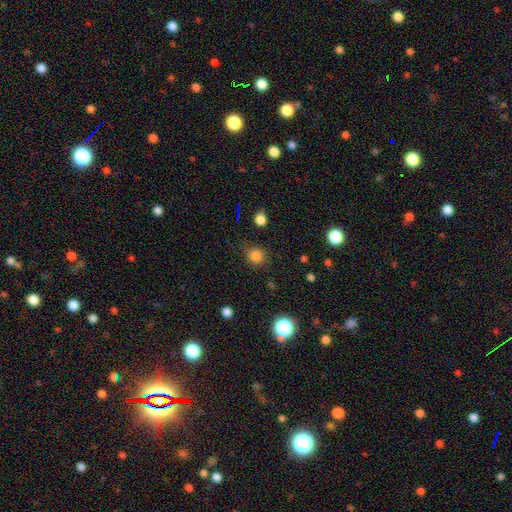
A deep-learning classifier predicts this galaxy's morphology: A smooth galaxy with no disk features (82%) that is round (85%).

Vote fractions:
- Smooth or featured? smooth: 82% / star or artifact: 14% / featured or disk: 4%
- How rounded? round: 85% / in between: 14% / cigar-shaped: 1%
- Merging? none: 80% / minor disturbance: 14% / major disturbance: 4% / merger: 2%